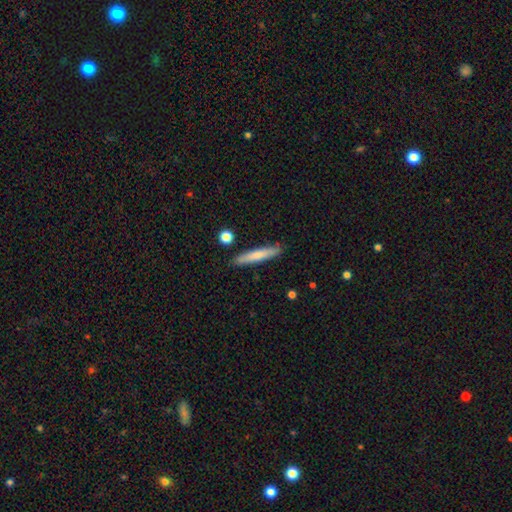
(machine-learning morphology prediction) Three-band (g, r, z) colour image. It shows a smooth galaxy with no disk features (67%) that is cigar-shaped (92%). Merging: none (87%).